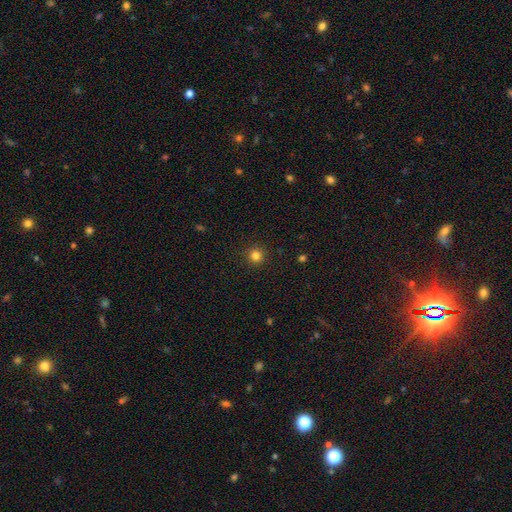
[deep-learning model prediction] Morphology: type=smooth (82%); roundness=round (95%); merging=none (92%).